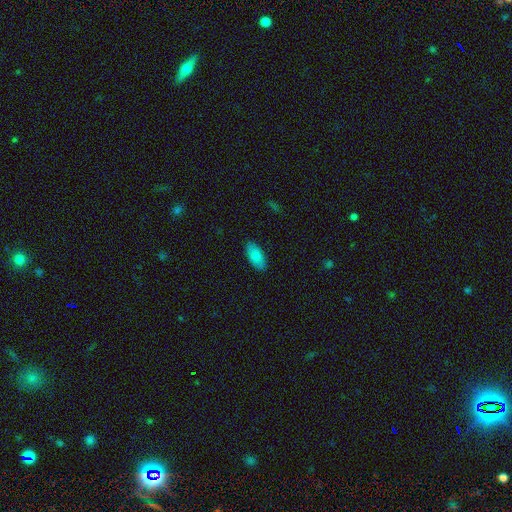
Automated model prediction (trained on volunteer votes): Smooth or featured: smooth — 79% (featured or disk — 14%)
How rounded: in between — 91% (cigar-shaped — 7%)
Merging: none — 89% (minor disturbance — 9%)